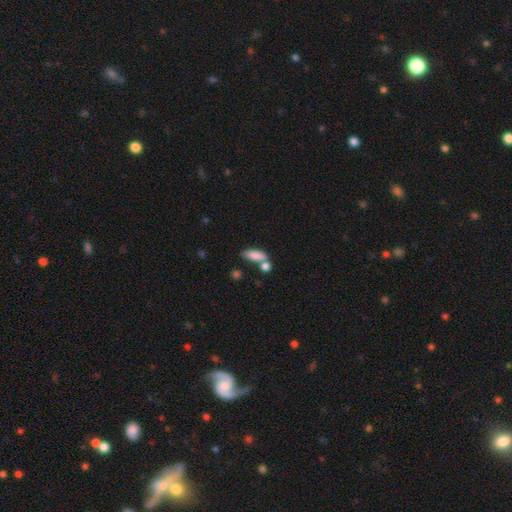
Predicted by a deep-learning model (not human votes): Smooth or featured? Predicted: smooth (p=0.84). How rounded? Predicted: in between (p=0.70). Merging? Predicted: none (p=0.50).